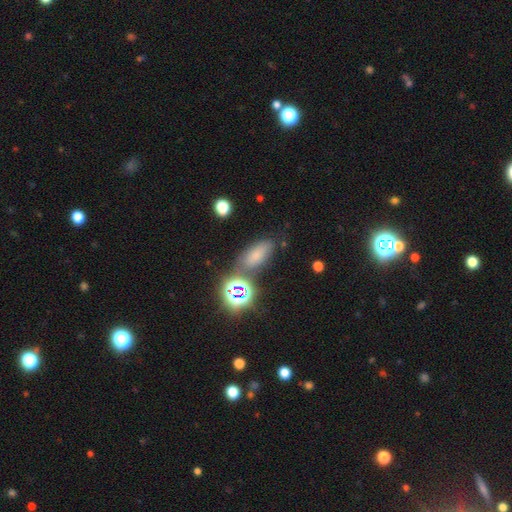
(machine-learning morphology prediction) Smooth or featured?
  - smooth: 63% *
  - star or artifact: 26%
  - featured or disk: 11%
How rounded?
  - in between: 78% *
  - cigar-shaped: 12%
  - round: 10%
Merging?
  - none: 69% *
  - minor disturbance: 16%
  - merger: 10%
  - major disturbance: 6%